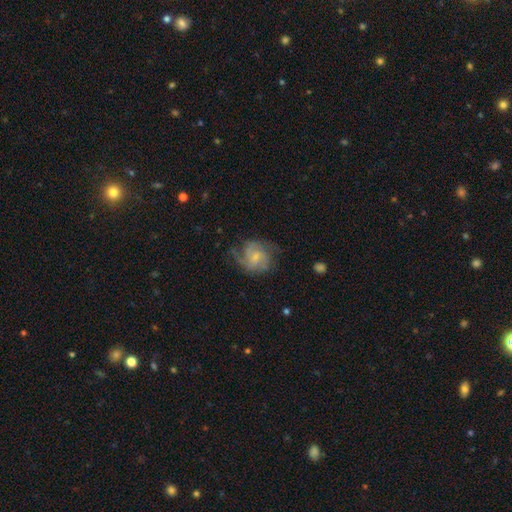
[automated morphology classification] Smooth or featured?
  - featured or disk: 76% *
  - smooth: 17%
  - star or artifact: 7%
Edge-on disk?
  - no: 98% *
  - yes: 2%
Bar?
  - no: 63% *
  - weak: 33%
  - strong: 4%
Spiral arms?
  - yes: 94% *
  - no: 6%
Spiral winding?
  - medium: 46% *
  - tight: 39%
  - loose: 16%
Spiral arm count?
  - 3: 30% *
  - 2: 28%
  - can't tell: 22%
  - 4: 8%
  - 1: 6%
  - more than 4: 5%
Bulge size?
  - small: 64% *
  - moderate: 25%
  - none: 9%
  - large: 2%
  - dominant: 1%
Merging?
  - none: 64% *
  - minor disturbance: 22%
  - major disturbance: 13%
  - merger: 1%